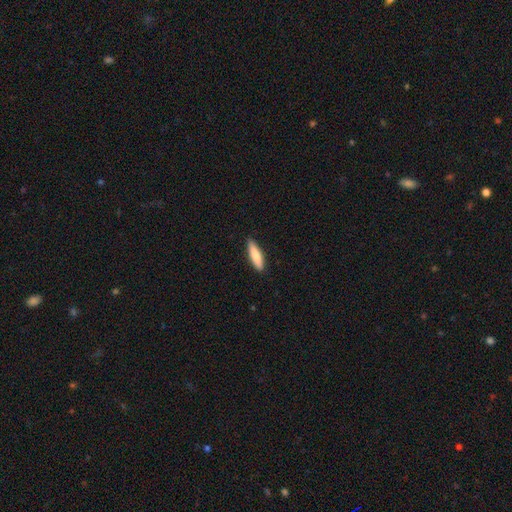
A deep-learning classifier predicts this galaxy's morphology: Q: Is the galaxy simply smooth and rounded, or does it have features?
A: smooth — 79%.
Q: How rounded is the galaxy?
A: cigar-shaped — 68%.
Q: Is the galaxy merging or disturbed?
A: none — 87%.